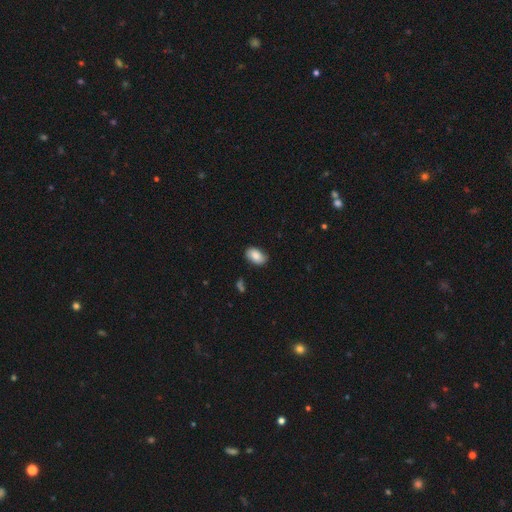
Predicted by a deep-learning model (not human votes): The model was most divided on "merging": none: 78%, minor disturbance: 17%, major disturbance: 3%, merger: 1%. More confident: how rounded — in between (90%); smooth or featured — smooth (81%).